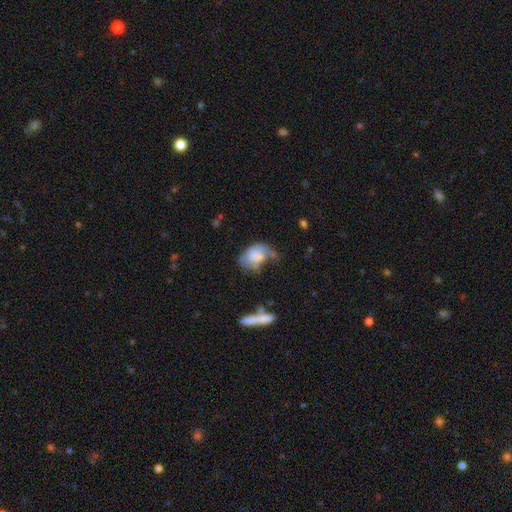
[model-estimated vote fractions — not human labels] Smooth or featured: smooth — 68% (featured or disk — 24%)
How rounded: in between — 76% (round — 23%)
Merging: minor disturbance — 33% (major disturbance — 31%)